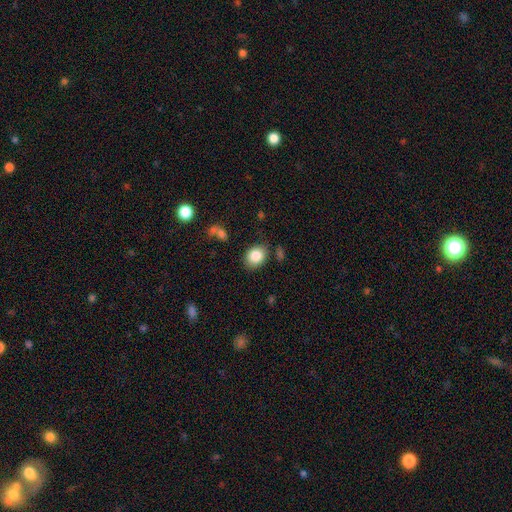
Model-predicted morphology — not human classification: Smooth or featured? Predicted: smooth (p=0.85). How rounded? Predicted: in between (p=0.56). Merging? Predicted: none (p=0.78).